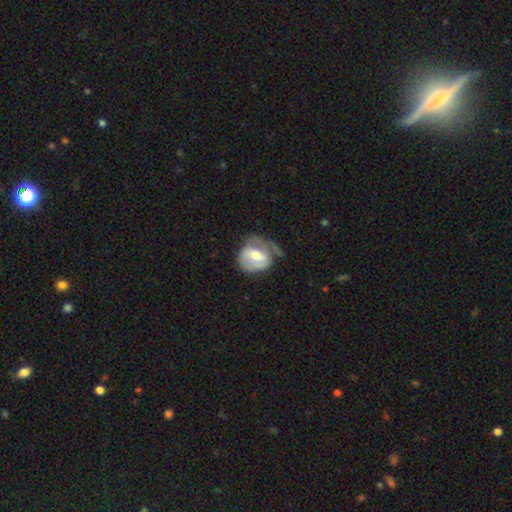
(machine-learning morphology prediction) Q: Smooth or featured?
A: featured or disk (54%); runner-up: smooth (40%)
Q: Edge-on disk?
A: no (96%); runner-up: yes (4%)
Q: Bar?
A: weak (42%); runner-up: no (37%)
Q: Spiral arms?
A: yes (55%); runner-up: no (45%)
Q: Bulge size?
A: moderate (67%); runner-up: small (23%)
Q: Merging?
A: none (35%); runner-up: minor disturbance (32%)